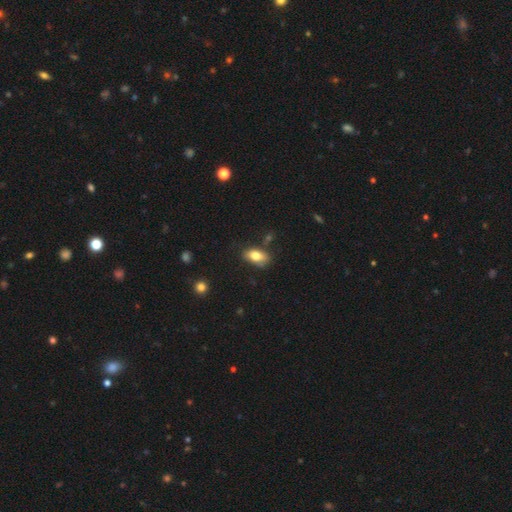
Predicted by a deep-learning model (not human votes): A smooth galaxy with no disk features (78%) that is in between round and cigar-shaped (89%). Merging: none (70%).